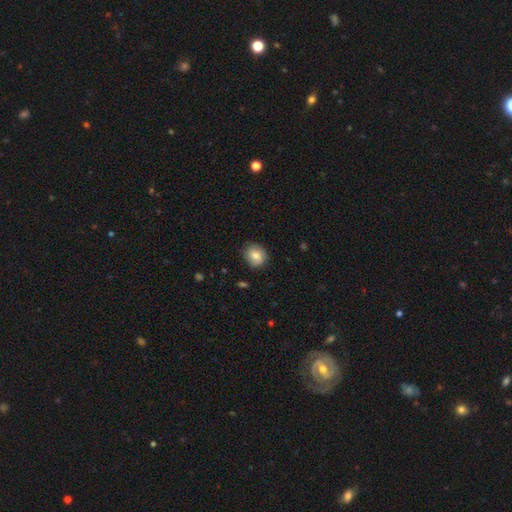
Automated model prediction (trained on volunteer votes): A smooth galaxy with no disk features (76%) that is round (69%).

Vote fractions:
- Smooth or featured? smooth: 76% / featured or disk: 16% / star or artifact: 8%
- How rounded? round: 69% / in between: 30% / cigar-shaped: 1%
- Merging? none: 81% / minor disturbance: 14% / major disturbance: 3% / merger: 1%